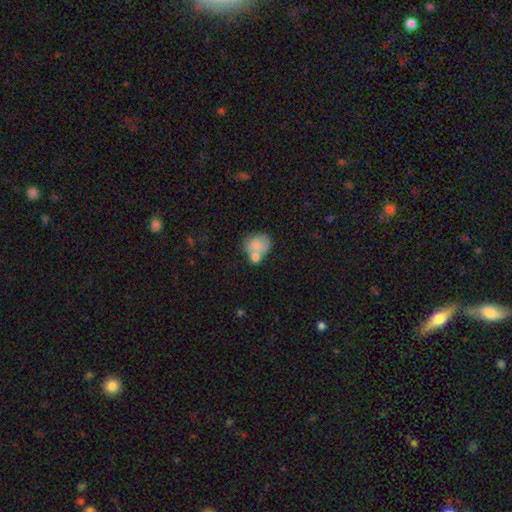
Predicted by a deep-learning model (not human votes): smooth-or-featured: smooth: 73% | featured or disk: 19% | star or artifact: 8%
  how-rounded: round: 55% | in between: 44% | cigar-shaped: 1%
  merging: merger: 48% | none: 29% | minor disturbance: 15% | major disturbance: 8%